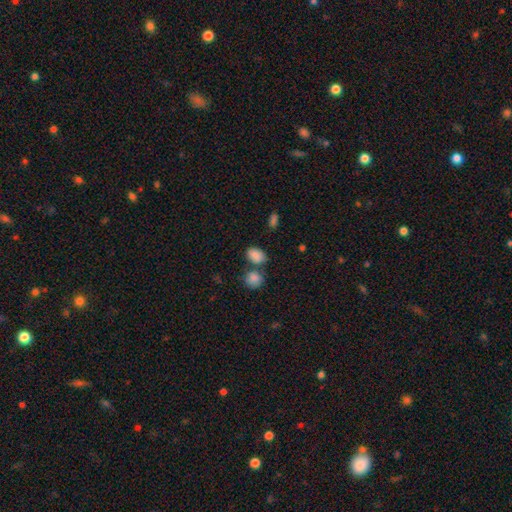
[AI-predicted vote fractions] Morphology: type=smooth (85%); roundness=in between (74%); merging=none (55%).